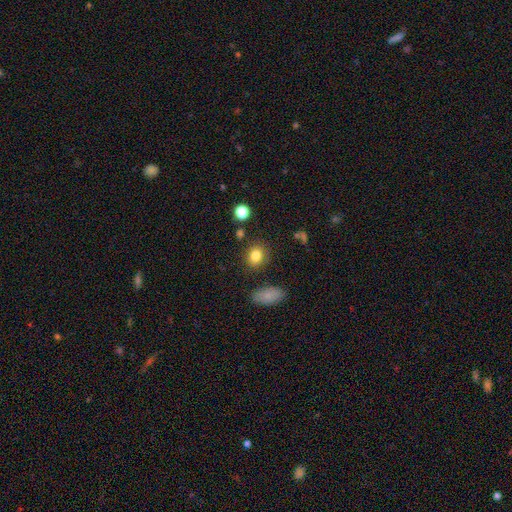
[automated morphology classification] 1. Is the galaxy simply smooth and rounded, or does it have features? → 82% smooth, 11% star or artifact, 7% featured or disk.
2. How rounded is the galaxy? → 60% round, 38% in between, 1% cigar-shaped.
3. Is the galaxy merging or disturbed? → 83% none, 10% minor disturbance, 4% merger, 3% major disturbance.